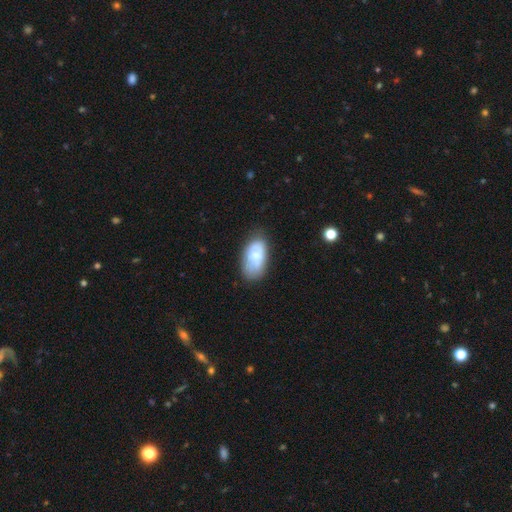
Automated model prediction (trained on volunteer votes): This appears to be a smooth galaxy with no disk features (62%) that is in between round and cigar-shaped (93%). Merging: none (59%).